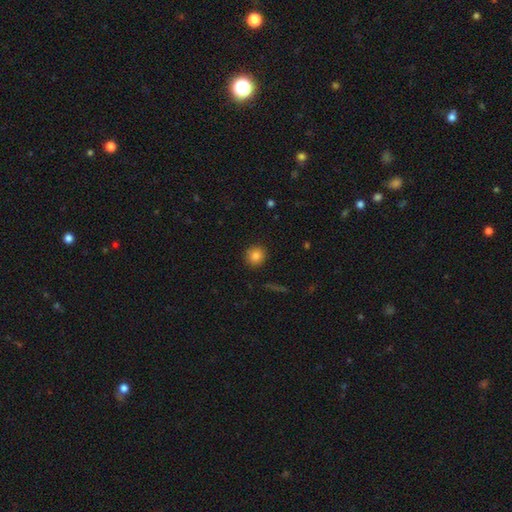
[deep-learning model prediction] smooth_or_featured: smooth (p=0.84) [alt: star or artifact p=0.10]
how_rounded: round (p=0.90) [alt: in between p=0.09]
merging: none (p=0.91) [alt: minor disturbance p=0.06]